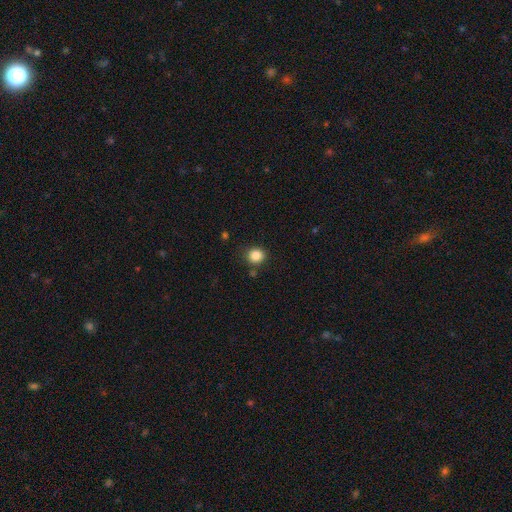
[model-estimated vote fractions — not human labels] A smooth galaxy with no disk features (85%) that is round (85%). Merging: none (84%).